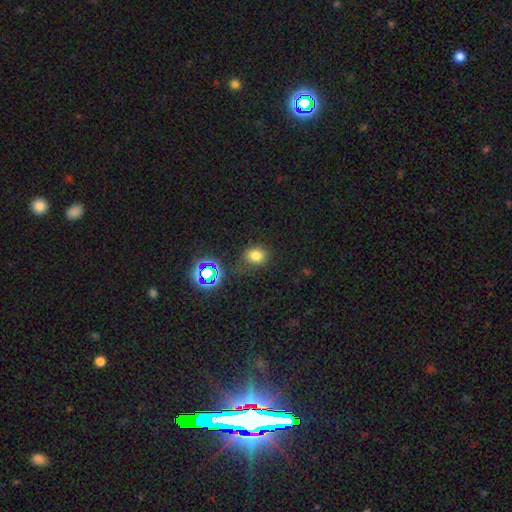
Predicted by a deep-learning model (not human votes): The model was most divided on "how rounded": round: 60%, in between: 39%, cigar-shaped: 1%. More confident: merging — none (75%); smooth or featured — smooth (73%).